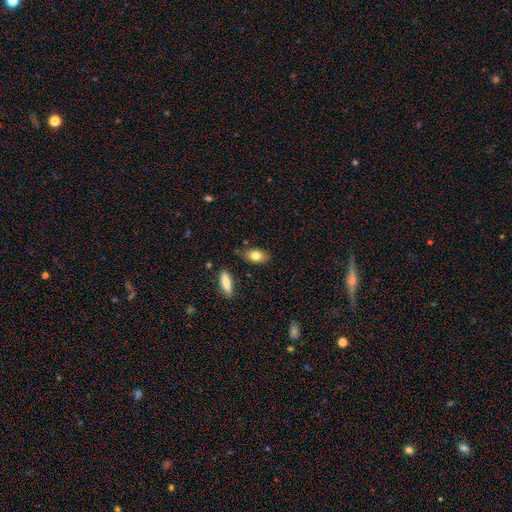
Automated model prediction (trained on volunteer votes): Smooth or featured? Predicted: smooth (p=0.79). How rounded? Predicted: in between (p=0.87). Merging? Predicted: none (p=0.79).